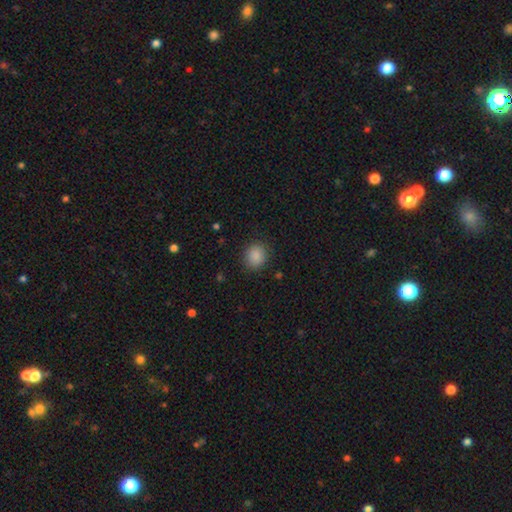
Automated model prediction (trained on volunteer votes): Morphology: type=smooth (88%); roundness=round (75%); merging=none (87%).